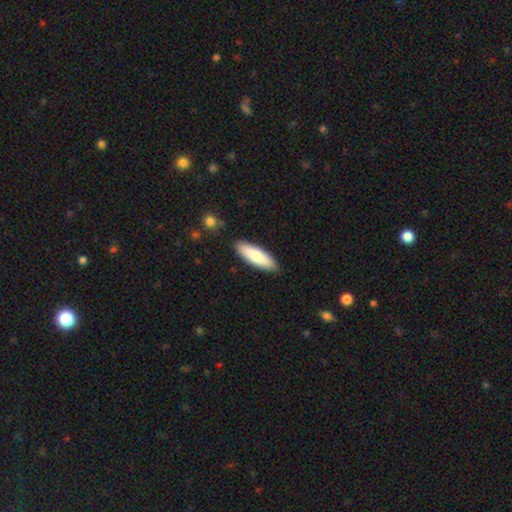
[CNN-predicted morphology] A smooth galaxy with no disk features (76%) that is cigar-shaped (49%, tied with in between). Merging: none (88%).